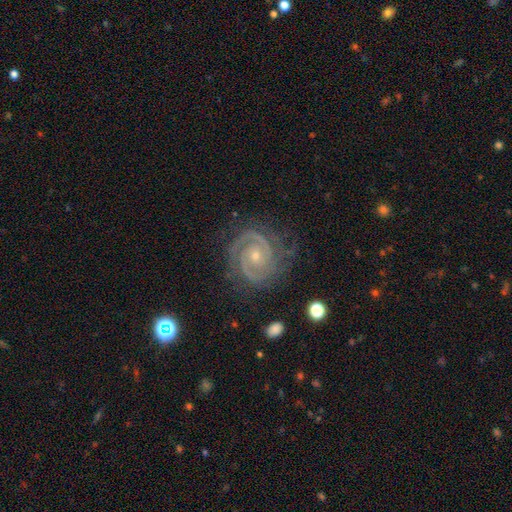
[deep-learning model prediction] Smooth or featured? featured or disk (92%)
Edge-on disk? no (98%)
Bar? no (68%)
Spiral arms? yes (99%)
Spiral winding? tight (78%)
Spiral arm count? 2 (78%)
Bulge size? small (71%)
Merging? none (79%)